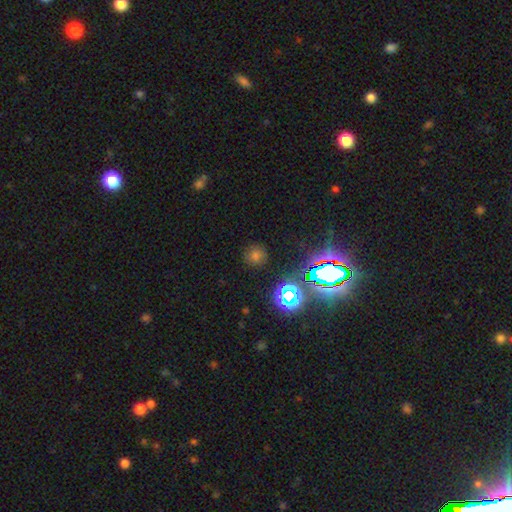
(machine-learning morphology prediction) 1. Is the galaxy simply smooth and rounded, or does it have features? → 50% smooth, 42% star or artifact, 9% featured or disk.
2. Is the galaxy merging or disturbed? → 84% none, 9% minor disturbance, 4% major disturbance, 3% merger.